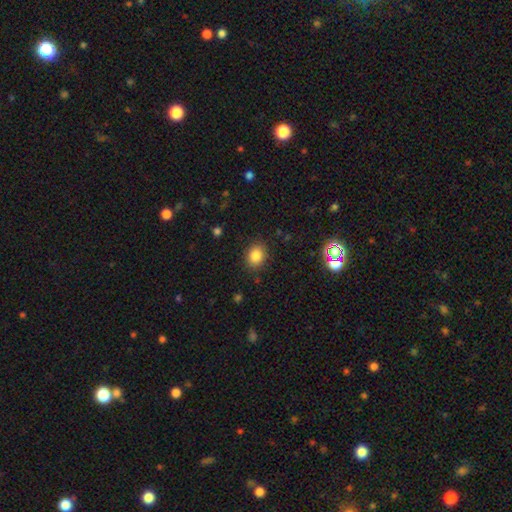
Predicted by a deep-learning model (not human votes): This is clearly a smooth galaxy (84%). How rounded: possibly in between (52%). Merging: clearly none (86%).